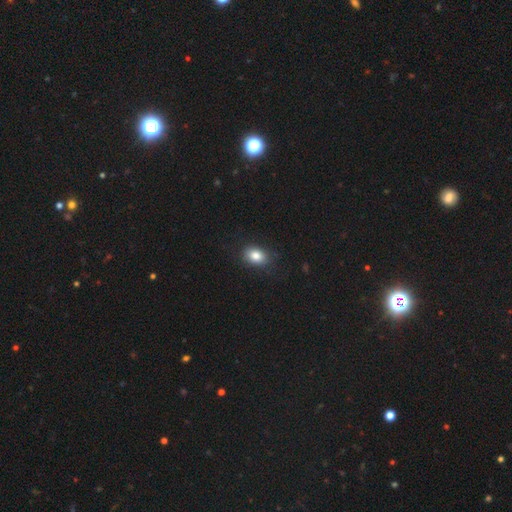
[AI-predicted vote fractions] smooth_or_featured: smooth (p=0.84) [alt: star or artifact p=0.09]
how_rounded: in between (p=0.76) [alt: round p=0.23]
merging: none (p=0.83) [alt: minor disturbance p=0.12]